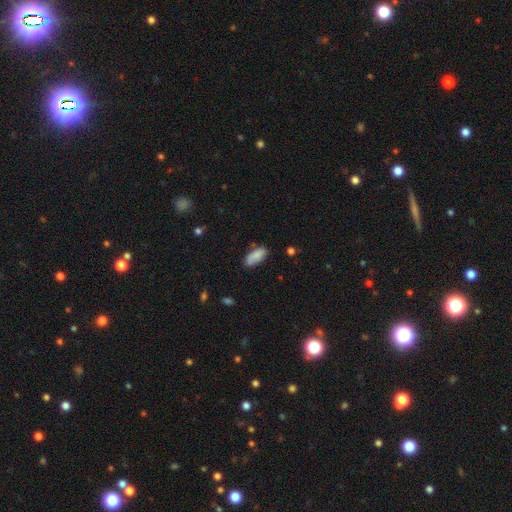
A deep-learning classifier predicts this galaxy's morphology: smooth_or_featured: smooth (p=0.85) [alt: featured or disk p=0.08]
how_rounded: in between (p=0.84) [alt: cigar-shaped p=0.14]
merging: none (p=0.71) [alt: minor disturbance p=0.21]